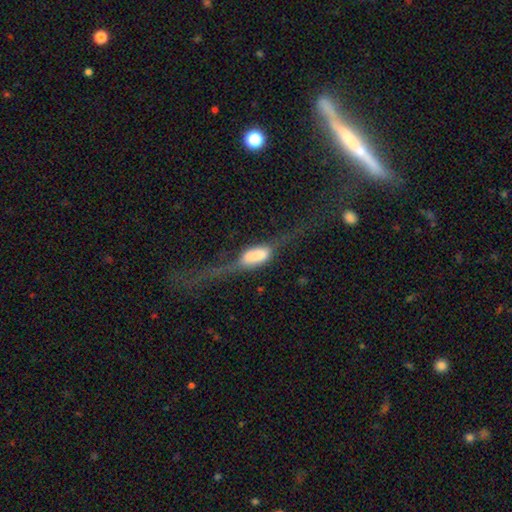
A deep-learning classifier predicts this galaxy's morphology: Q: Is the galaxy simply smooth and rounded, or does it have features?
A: smooth — 51%.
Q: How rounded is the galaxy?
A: in between — 75%.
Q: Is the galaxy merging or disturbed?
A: major disturbance — 47%.